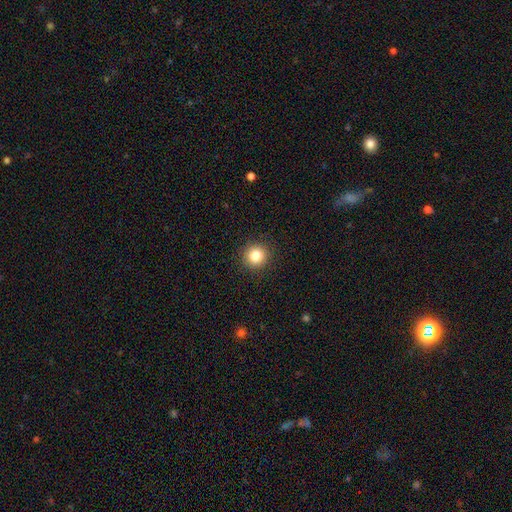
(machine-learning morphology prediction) Smooth or featured: smooth — 83% (star or artifact — 11%)
How rounded: round — 94% (in between — 5%)
Merging: none — 92% (minor disturbance — 5%)